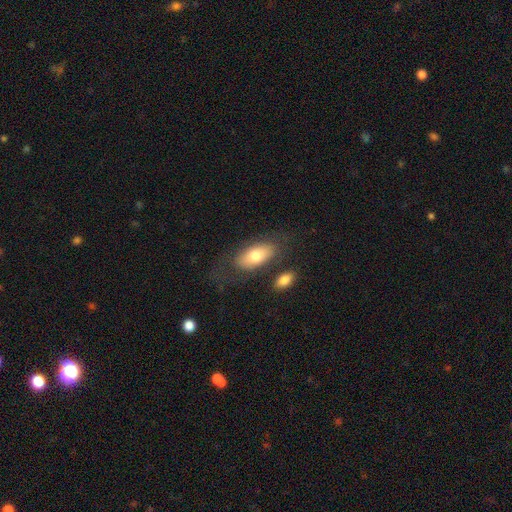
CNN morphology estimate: Smooth or featured: smooth — 73% (featured or disk — 21%)
How rounded: in between — 90% (cigar-shaped — 6%)
Merging: none — 65% (minor disturbance — 17%)